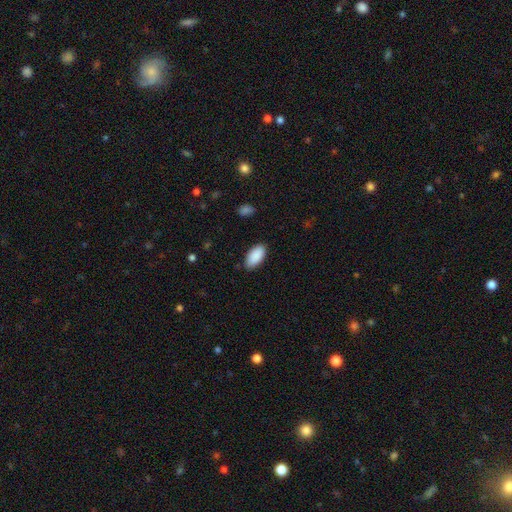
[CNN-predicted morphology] smooth_or_featured: smooth (p=0.91) [alt: star or artifact p=0.06]
how_rounded: in between (p=0.95) [alt: cigar-shaped p=0.03]
merging: none (p=0.86) [alt: minor disturbance p=0.11]